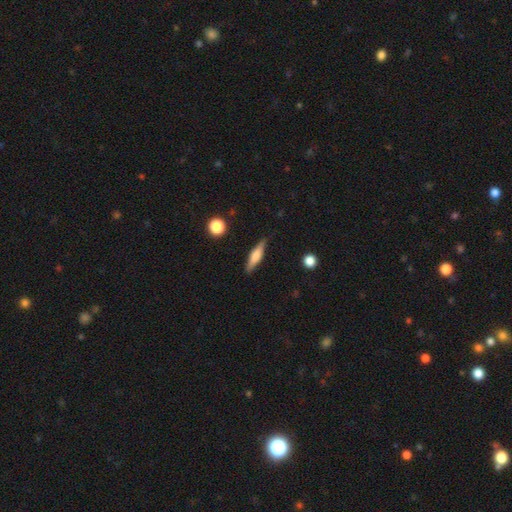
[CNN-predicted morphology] This is possibly a smooth galaxy (54%). How rounded: likely cigar-shaped (74%). Merging: clearly none (85%).